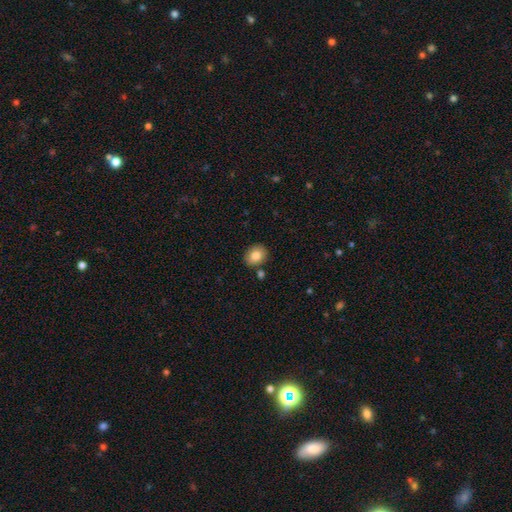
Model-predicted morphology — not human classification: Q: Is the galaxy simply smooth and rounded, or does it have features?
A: smooth — 83%.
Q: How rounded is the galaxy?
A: round — 61%.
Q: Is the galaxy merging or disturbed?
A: none — 82%.